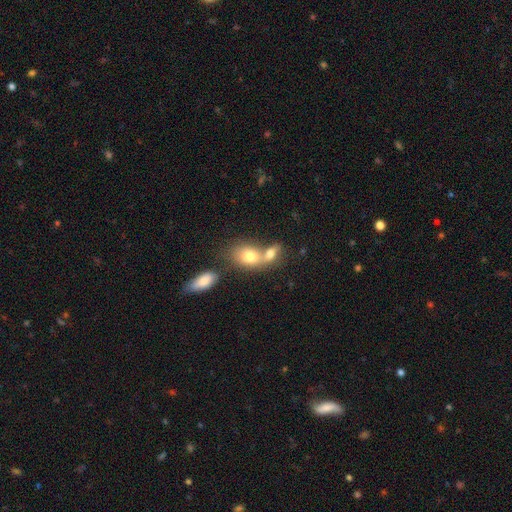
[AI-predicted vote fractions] This is likely a smooth galaxy (66%). How rounded: possibly in between (56%). Merging: possibly merger (60%).